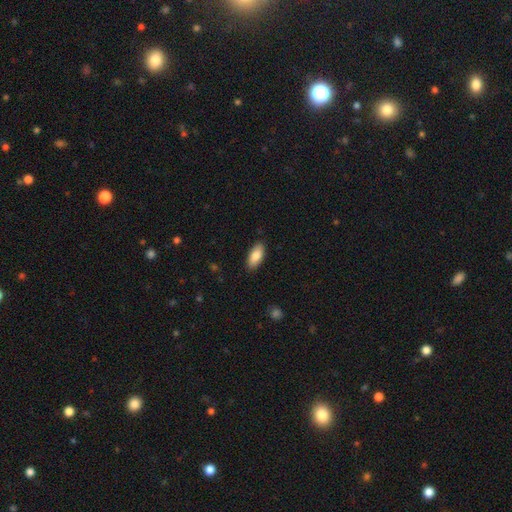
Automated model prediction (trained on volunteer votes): A smooth galaxy with no disk features (85%) that is in between round and cigar-shaped (87%). Merging: none (88%).